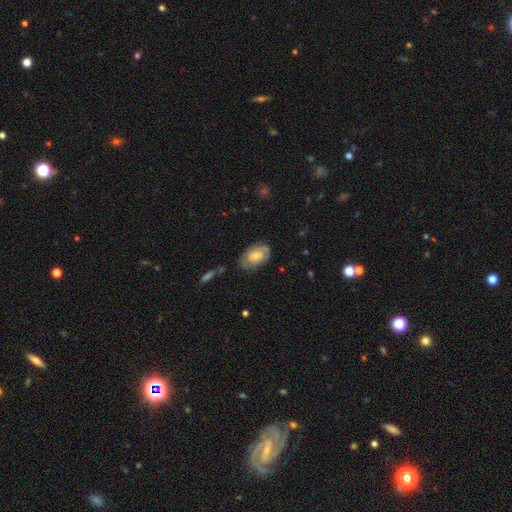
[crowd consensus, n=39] This appears to be a smooth galaxy with no disk features (51%) that is in between round and cigar-shaped (90%). Merging: none (59%).